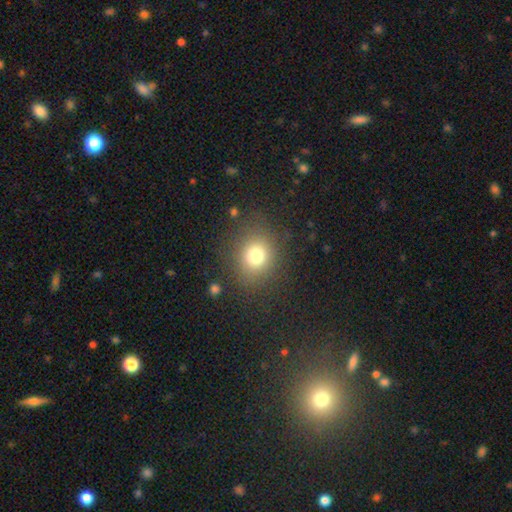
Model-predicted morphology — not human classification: Smooth or featured?
  - smooth: 76% *
  - star or artifact: 15%
  - featured or disk: 9%
How rounded?
  - round: 75% *
  - in between: 24%
  - cigar-shaped: 1%
Merging?
  - none: 83% *
  - minor disturbance: 10%
  - major disturbance: 6%
  - merger: 2%